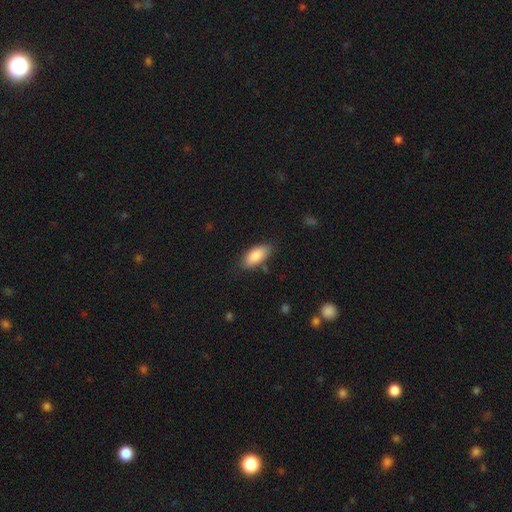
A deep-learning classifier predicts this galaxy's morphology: This is clearly a smooth galaxy (86%). How rounded: clearly in between (88%). Merging: clearly none (81%).